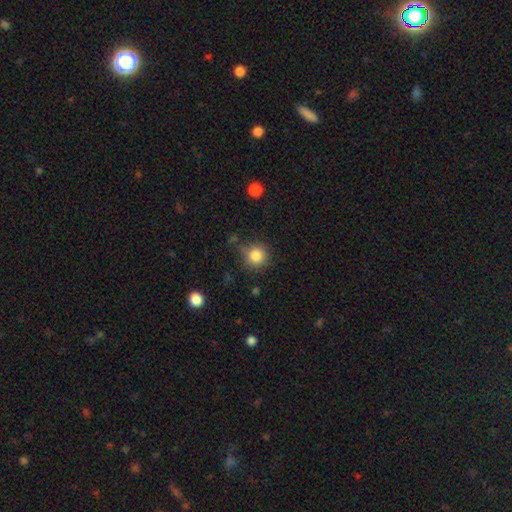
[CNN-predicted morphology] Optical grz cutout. It shows a smooth galaxy with no disk features (84%) that is round (93%). Merging: none (78%).